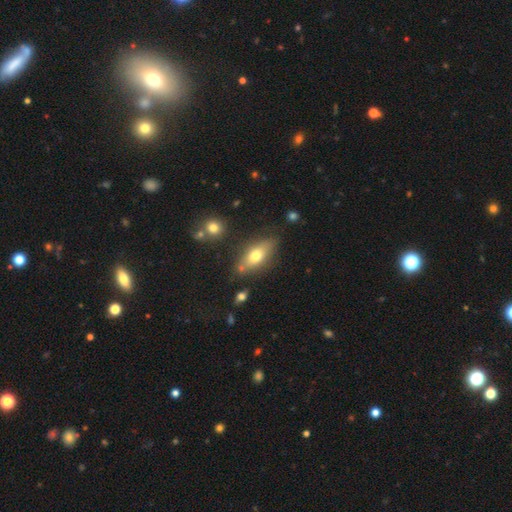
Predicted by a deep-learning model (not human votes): Overall: smooth (67%). How rounded: in between (78%). Merging: none (75%).